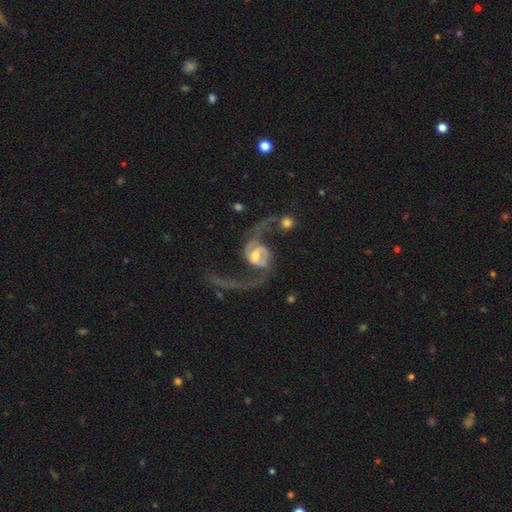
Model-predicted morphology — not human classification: This appears to be a featured or disk galaxy (88%) with a weak bar (44%), 2 (91%) loose (76%) spiral arms (95%) and a moderate central bulge (61%). Merging: none (39%).